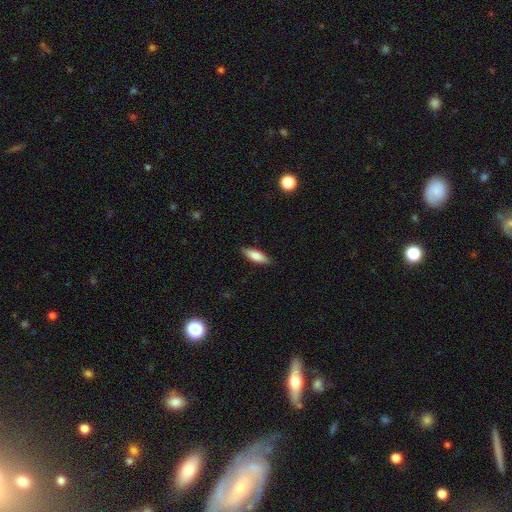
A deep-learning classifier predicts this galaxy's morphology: This is likely a smooth galaxy (79%). How rounded: possibly in between (55%). Merging: clearly none (87%).